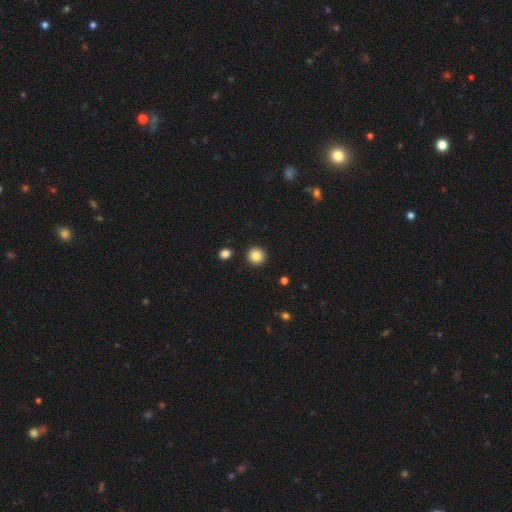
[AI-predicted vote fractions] Smooth or featured? Predicted: smooth (p=0.85). How rounded? Predicted: round (p=0.93). Merging? Predicted: none (p=0.92).